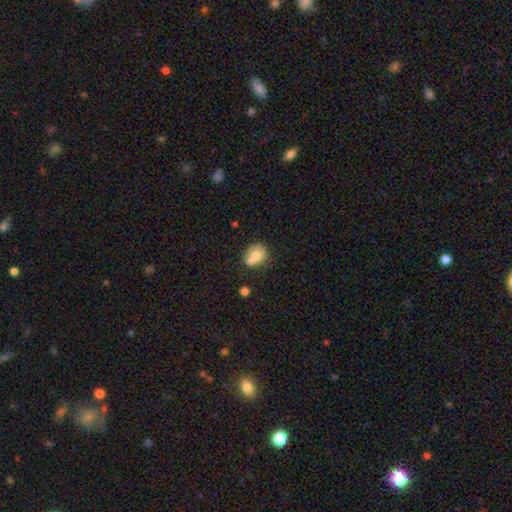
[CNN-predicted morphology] This appears to be a smooth galaxy with no disk features (68%) that is round (61%). Merging: merger (43%).